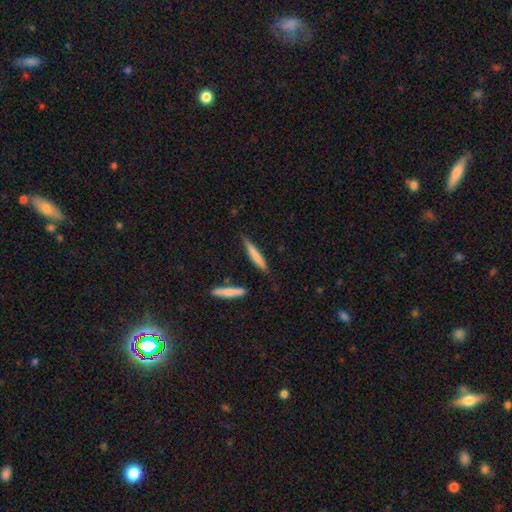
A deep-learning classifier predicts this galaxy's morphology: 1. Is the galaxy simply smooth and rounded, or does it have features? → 68% smooth, 27% featured or disk, 5% star or artifact.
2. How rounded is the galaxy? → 93% cigar-shaped, 5% in between, 1% round.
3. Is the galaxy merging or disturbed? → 81% none, 13% minor disturbance, 4% merger, 2% major disturbance.